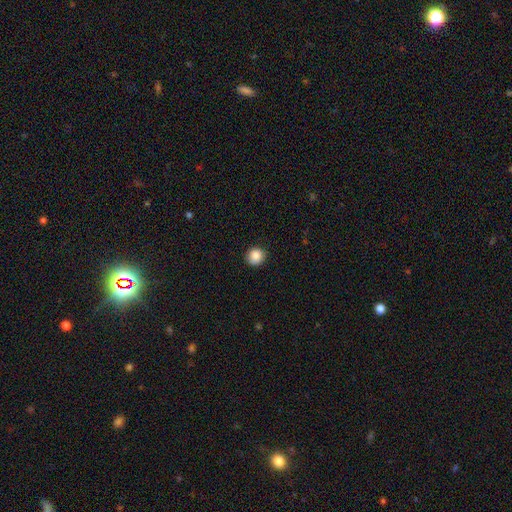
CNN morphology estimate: This appears to be a smooth galaxy with no disk features (88%) that is round (91%). Merging: none (88%).